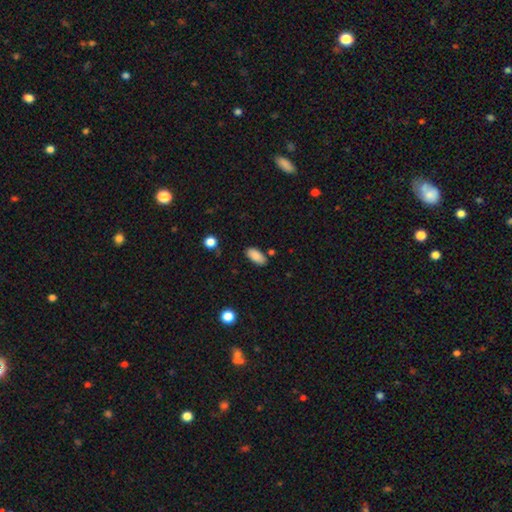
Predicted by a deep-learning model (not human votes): This is clearly a smooth galaxy (88%). How rounded: clearly in between (89%). Merging: clearly none (82%).